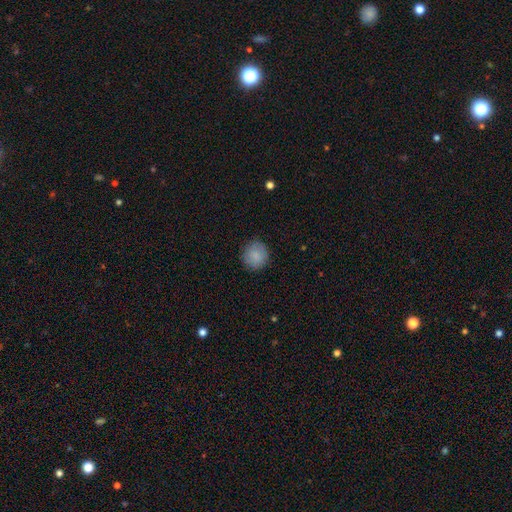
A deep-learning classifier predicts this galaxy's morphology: Q: Smooth or featured?
A: smooth (87%); runner-up: star or artifact (7%)
Q: How rounded?
A: round (90%); runner-up: in between (9%)
Q: Merging?
A: none (88%); runner-up: minor disturbance (9%)